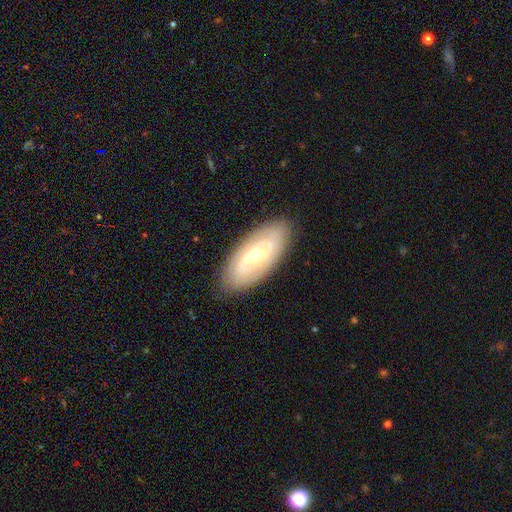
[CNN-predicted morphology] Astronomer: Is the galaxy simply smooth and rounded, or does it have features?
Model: featured or disk — 65%.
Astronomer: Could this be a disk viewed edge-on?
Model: no — 88%.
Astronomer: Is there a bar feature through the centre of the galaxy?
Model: no — 51% (runner-up: weak, 36%).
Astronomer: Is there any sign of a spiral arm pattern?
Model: yes — 67%.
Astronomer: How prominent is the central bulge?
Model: moderate — 55% (runner-up: small, 40%).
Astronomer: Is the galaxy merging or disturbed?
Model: none — 85%.